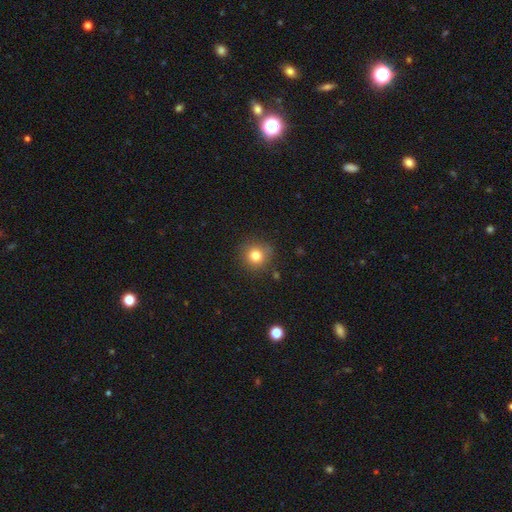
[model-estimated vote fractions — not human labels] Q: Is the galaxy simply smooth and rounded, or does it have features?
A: smooth — 80%.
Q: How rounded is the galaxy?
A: round — 92%.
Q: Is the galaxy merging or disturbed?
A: none — 87%.